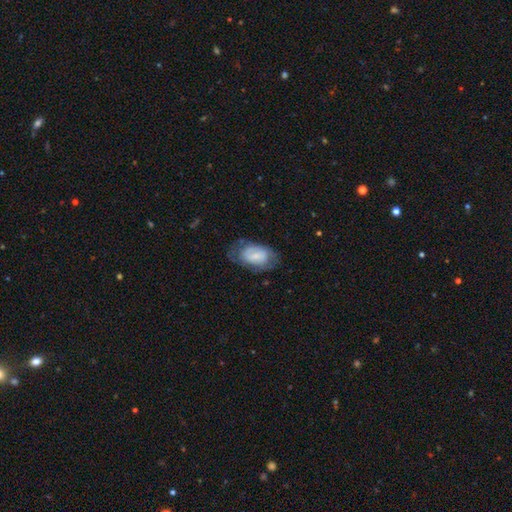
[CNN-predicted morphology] Overall: smooth (50%; featured or disk 42%). How rounded: in between (90%). Merging: none (53%; minor disturbance 28%).